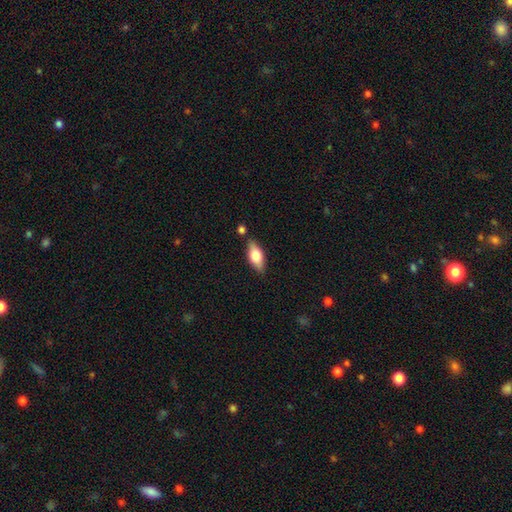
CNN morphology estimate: The model was most divided on "smooth or featured": smooth: 68%, featured or disk: 26%, star or artifact: 6%. More confident: how rounded — in between (79%); merging — none (77%).